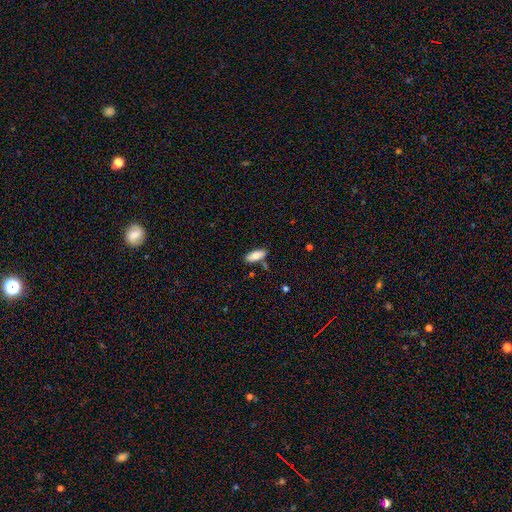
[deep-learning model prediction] A smooth galaxy with no disk features (83%) that is in between round and cigar-shaped (78%).

Vote fractions:
- Smooth or featured? smooth: 83% / featured or disk: 10% / star or artifact: 6%
- How rounded? in between: 78% / cigar-shaped: 20% / round: 2%
- Merging? none: 78% / minor disturbance: 14% / merger: 5% / major disturbance: 3%